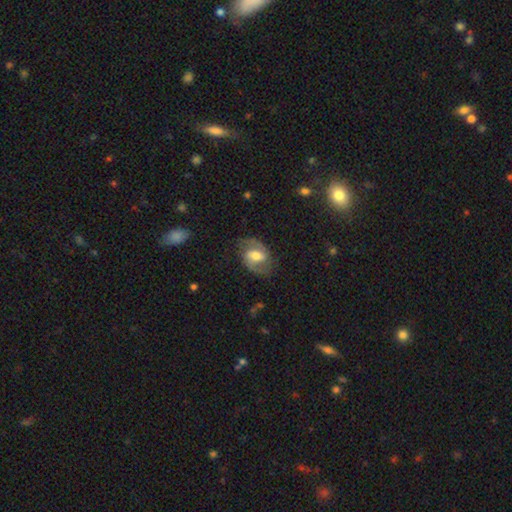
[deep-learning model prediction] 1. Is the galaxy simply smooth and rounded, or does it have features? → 79% featured or disk, 15% smooth, 6% star or artifact.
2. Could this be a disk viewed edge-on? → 97% no, 3% yes.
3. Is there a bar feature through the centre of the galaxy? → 49% weak, 30% strong, 21% no.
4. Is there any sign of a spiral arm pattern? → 93% yes, 7% no.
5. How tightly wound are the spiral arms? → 56% medium, 23% loose, 21% tight.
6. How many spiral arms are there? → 91% 2, 4% can't tell, 2% 1, 1% 3, 1% 4, 1% more than 4.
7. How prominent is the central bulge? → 63% moderate, 19% small, 15% large, 2% none, 1% dominant.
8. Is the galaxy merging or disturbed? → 78% none, 14% minor disturbance, 7% major disturbance, 1% merger.